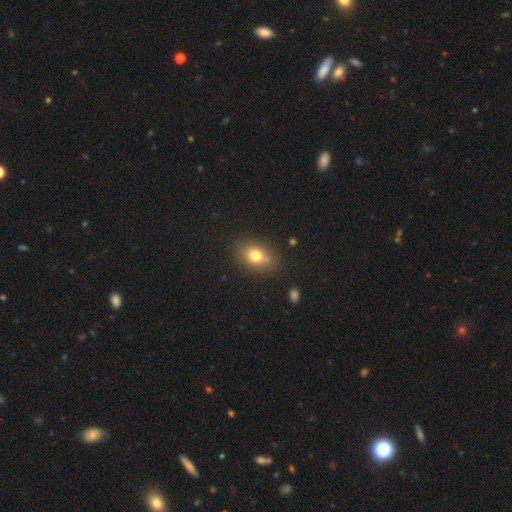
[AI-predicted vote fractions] A smooth galaxy with no disk features (77%) that is in between round and cigar-shaped (68%).

Vote fractions:
- Smooth or featured? smooth: 77% / featured or disk: 12% / star or artifact: 11%
- How rounded? in between: 68% / round: 31% / cigar-shaped: 2%
- Merging? none: 79% / minor disturbance: 13% / major disturbance: 4% / merger: 3%